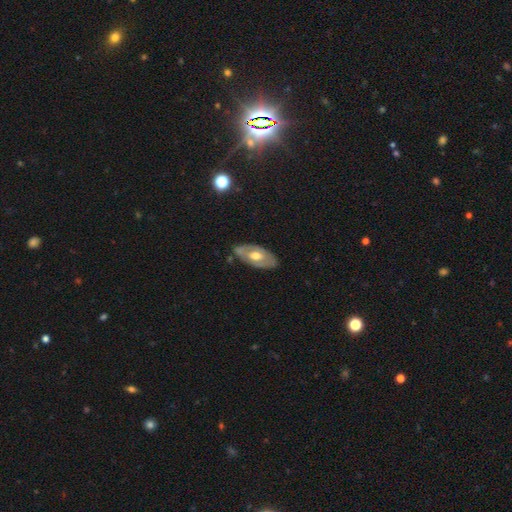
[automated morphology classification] Smooth or featured: featured or disk — 61% (smooth — 33%)
Edge-on disk: no — 84% (yes — 16%)
Bar: no — 70% (weak — 24%)
Spiral arms: no — 70% (yes — 30%)
Bulge size: moderate — 73% (large — 15%)
Merging: none — 73% (minor disturbance — 20%)